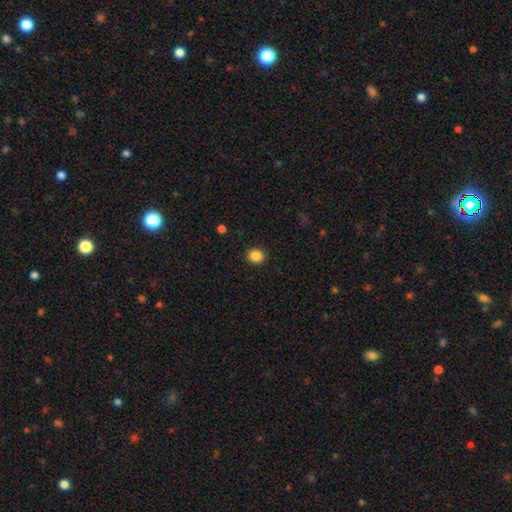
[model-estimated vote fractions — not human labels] Smooth or featured? Predicted: smooth (p=0.86). How rounded? Predicted: round (p=0.76). Merging? Predicted: none (p=0.91).